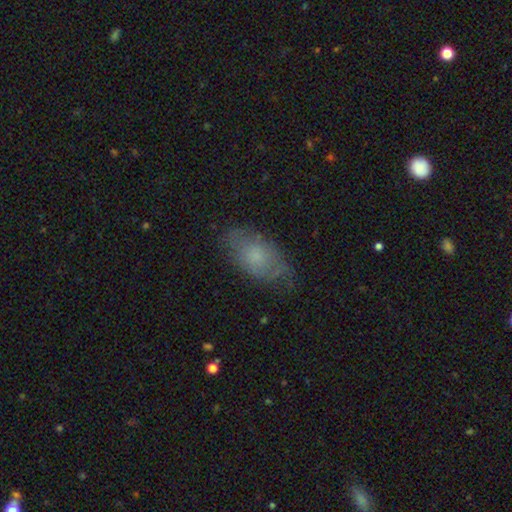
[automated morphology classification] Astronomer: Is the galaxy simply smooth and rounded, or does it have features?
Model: smooth — 57% (runner-up: featured or disk, 34%).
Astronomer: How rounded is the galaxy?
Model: in between — 89%.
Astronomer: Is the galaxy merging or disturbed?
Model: none — 71%.